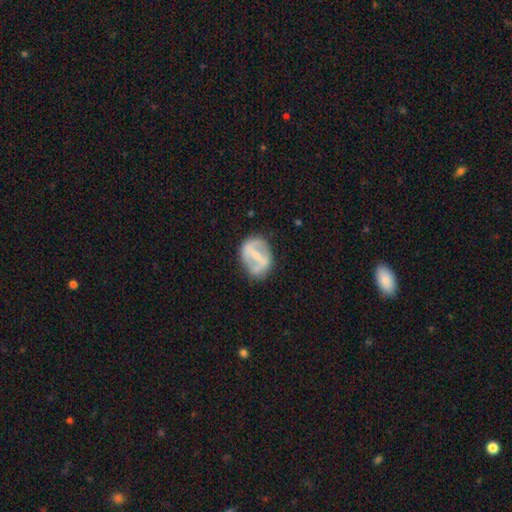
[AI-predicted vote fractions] This is likely a featured or disk galaxy (68%). It is clearly not viewed edge-on (95%). Bar: possibly strong (56%). Spiral arm pattern: likely no (62%). Central bulge: possibly small (51%). Merging: likely none (69%).